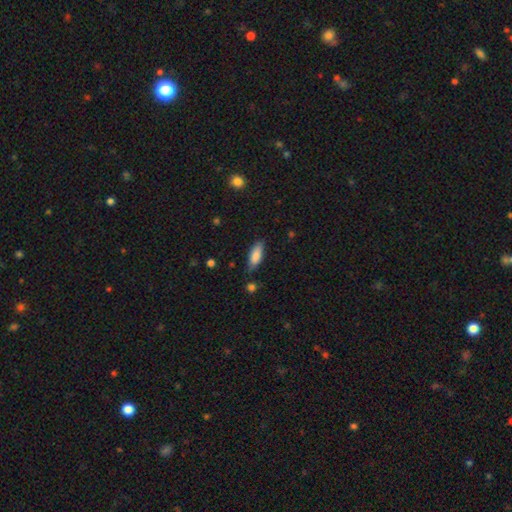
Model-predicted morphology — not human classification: Smooth or featured?
  - smooth: 85% *
  - featured or disk: 9%
  - star or artifact: 7%
How rounded?
  - in between: 72% *
  - cigar-shaped: 26%
  - round: 2%
Merging?
  - none: 77% *
  - minor disturbance: 18%
  - major disturbance: 3%
  - merger: 2%